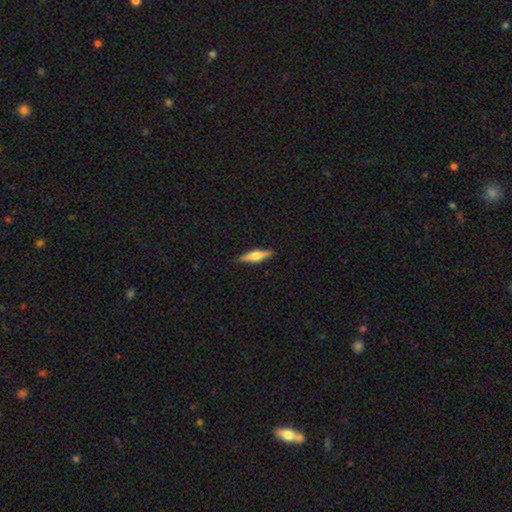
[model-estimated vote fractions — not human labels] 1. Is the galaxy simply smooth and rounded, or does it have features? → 56% featured or disk, 38% smooth, 6% star or artifact.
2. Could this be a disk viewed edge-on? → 96% yes, 4% no.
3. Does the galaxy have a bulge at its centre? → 89% rounded, 8% boxy, 3% none.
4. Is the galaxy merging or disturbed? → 90% none, 8% minor disturbance, 2% major disturbance, 1% merger.